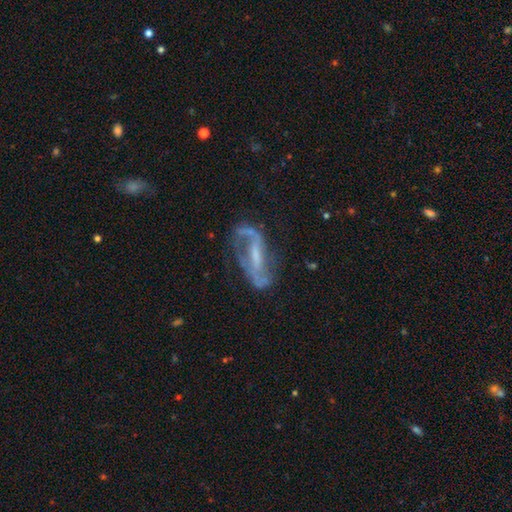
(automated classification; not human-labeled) Q: Smooth or featured?
A: featured or disk (82%); runner-up: smooth (10%)
Q: Edge-on disk?
A: no (90%); runner-up: yes (10%)
Q: Bar?
A: strong (45%); runner-up: weak (37%)
Q: Spiral arms?
A: yes (89%); runner-up: no (11%)
Q: Spiral winding?
A: loose (43%); runner-up: medium (42%)
Q: Spiral arm count?
A: 2 (82%); runner-up: can't tell (8%)
Q: Bulge size?
A: small (40%); runner-up: moderate (31%)
Q: Merging?
A: none (60%); runner-up: minor disturbance (20%)